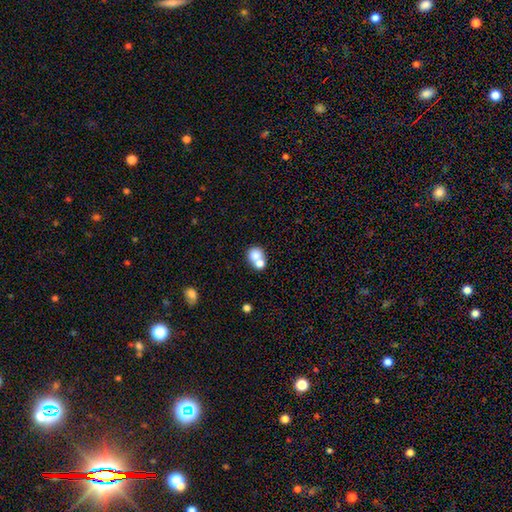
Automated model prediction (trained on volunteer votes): smooth-or-featured: smooth: 76% | featured or disk: 14% | star or artifact: 10%
  how-rounded: round: 75% | in between: 24% | cigar-shaped: 1%
  merging: merger: 60% | none: 32% | minor disturbance: 6% | major disturbance: 3%